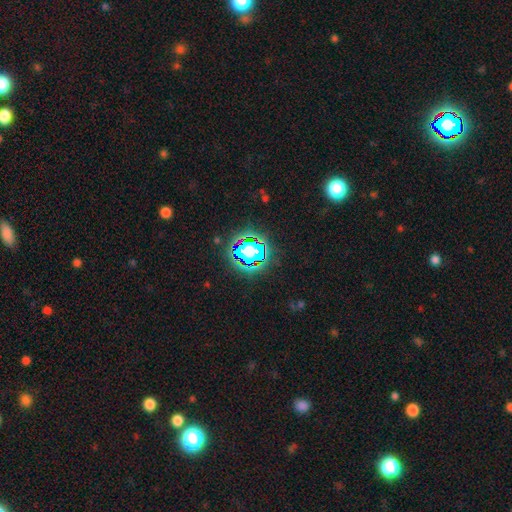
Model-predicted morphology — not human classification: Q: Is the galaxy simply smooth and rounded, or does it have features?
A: star or artifact — 78%.